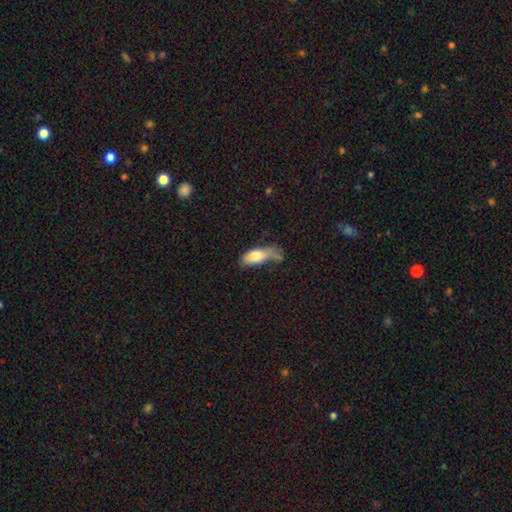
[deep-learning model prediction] smooth 76%, featured or disk 16%, star or artifact 7%. Down the decision tree: how rounded — in between (81%); merging — minor disturbance (31%).